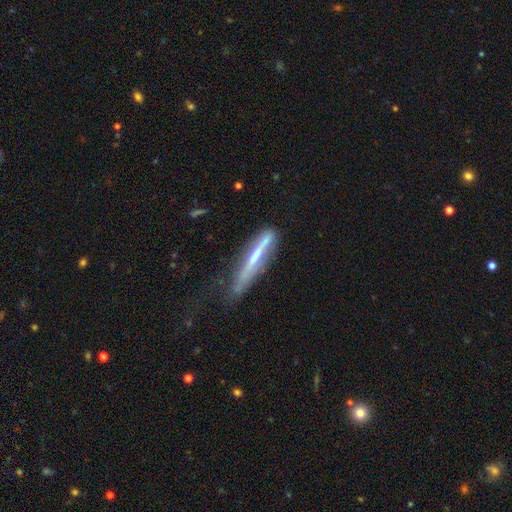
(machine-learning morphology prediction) This appears to be a featured or disk galaxy (57%) viewed edge-on (83%). Merging: none (49%).